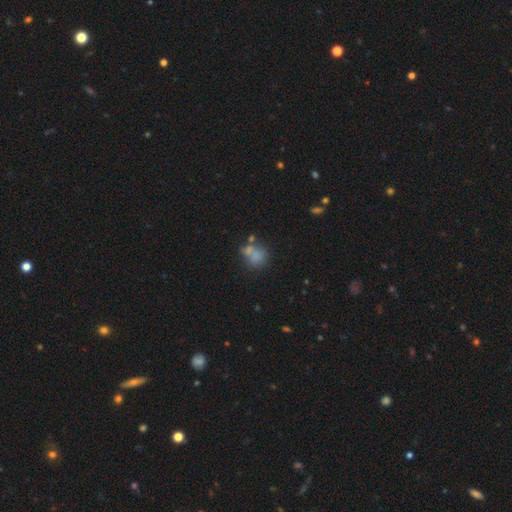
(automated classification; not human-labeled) A smooth galaxy with no disk features (67%) that is round (67%).

Vote fractions:
- Smooth or featured? smooth: 67% / featured or disk: 20% / star or artifact: 14%
- How rounded? round: 67% / in between: 32% / cigar-shaped: 1%
- Merging? none: 42% / merger: 29% / minor disturbance: 17% / major disturbance: 12%